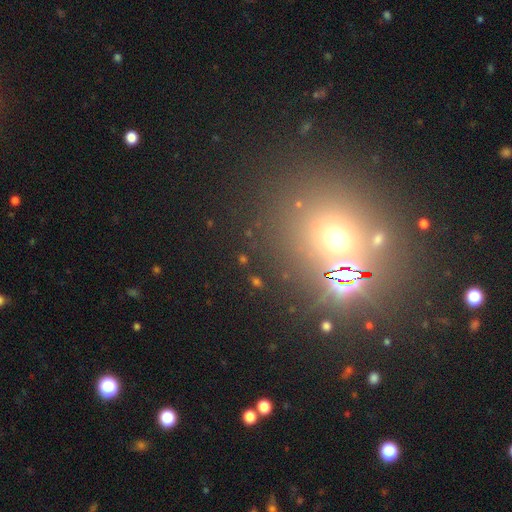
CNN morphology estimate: smooth_or_featured: star or artifact (p=0.46) [alt: smooth p=0.41]